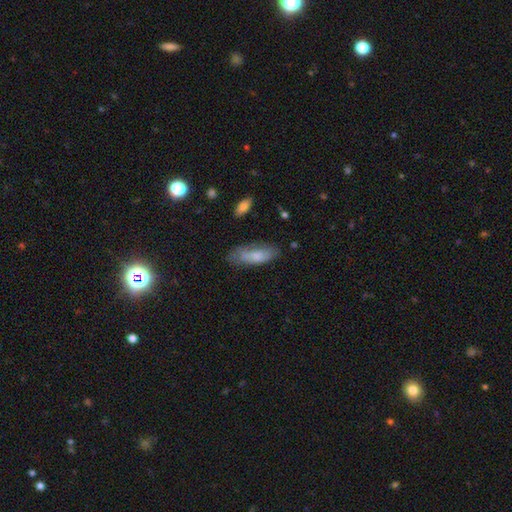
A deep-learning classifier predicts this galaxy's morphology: Overall: smooth (73%). How rounded: in between (69%). Merging: none (55%; minor disturbance 30%).